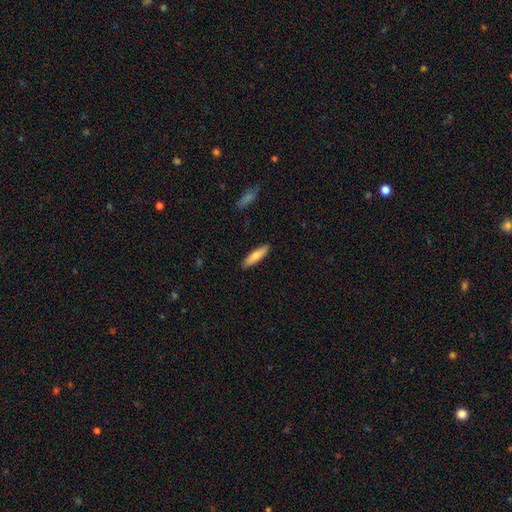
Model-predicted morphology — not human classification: type=smooth (76%); roundness=cigar-shaped (67%); merging=none (90%).